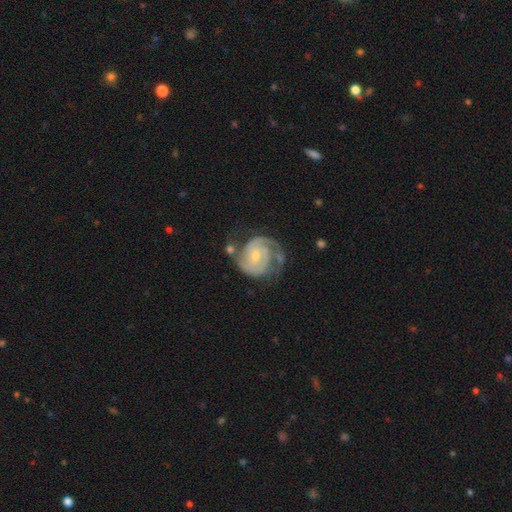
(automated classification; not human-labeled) This is clearly a featured or disk galaxy (89%). It is clearly not viewed edge-on (98%). Bar: likely no (61%). Spiral arm pattern: clearly yes (97%). Spiral arm count: likely 2 (67%). Spiral winding: possibly tight (60%). Central bulge: possibly small (55%). Merging: possibly none (57%).